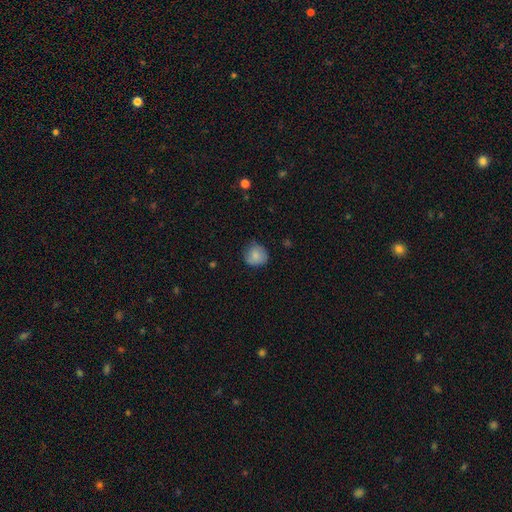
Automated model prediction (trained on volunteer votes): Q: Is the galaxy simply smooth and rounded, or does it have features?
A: smooth — 82%.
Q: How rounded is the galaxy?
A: round — 86%.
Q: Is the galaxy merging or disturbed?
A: none — 74%.